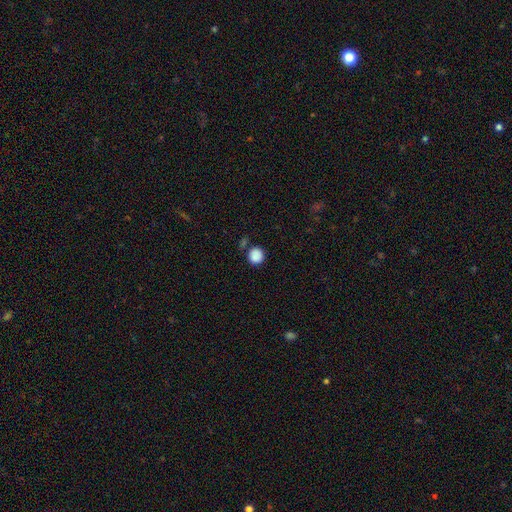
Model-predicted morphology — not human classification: This is clearly a smooth galaxy (87%). How rounded: clearly round (92%). Merging: likely none (77%).